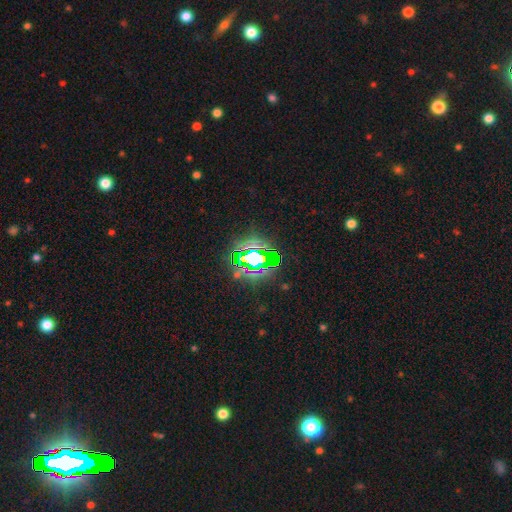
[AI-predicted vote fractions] star or artifact 68%, smooth 18%, featured or disk 15%.